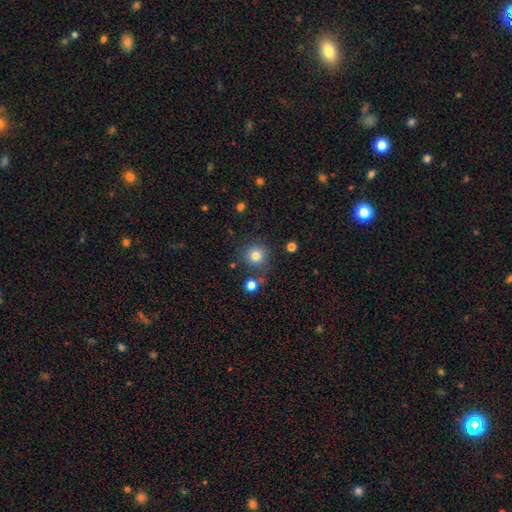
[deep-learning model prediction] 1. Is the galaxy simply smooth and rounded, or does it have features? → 81% smooth, 12% star or artifact, 7% featured or disk.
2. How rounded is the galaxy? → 92% round, 7% in between, 1% cigar-shaped.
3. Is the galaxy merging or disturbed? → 76% none, 11% minor disturbance, 8% merger, 5% major disturbance.